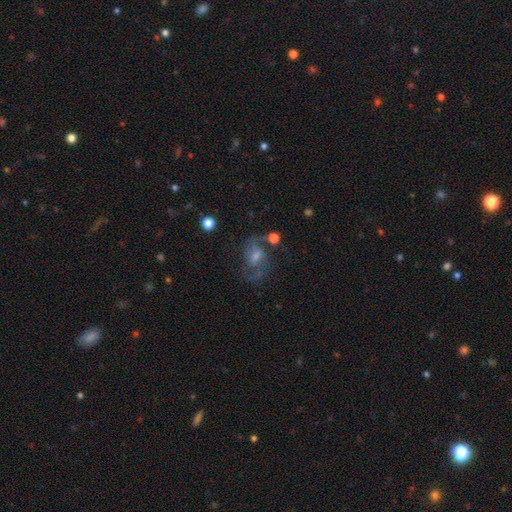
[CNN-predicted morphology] Q: Smooth or featured?
A: featured or disk (71%); runner-up: smooth (14%)
Q: Edge-on disk?
A: no (97%); runner-up: yes (3%)
Q: Bar?
A: weak (52%); runner-up: no (34%)
Q: Spiral arms?
A: yes (90%); runner-up: no (10%)
Q: Spiral winding?
A: medium (53%); runner-up: loose (31%)
Q: Spiral arm count?
A: 2 (85%); runner-up: can't tell (8%)
Q: Bulge size?
A: moderate (42%); runner-up: small (40%)
Q: Merging?
A: none (64%); runner-up: minor disturbance (16%)